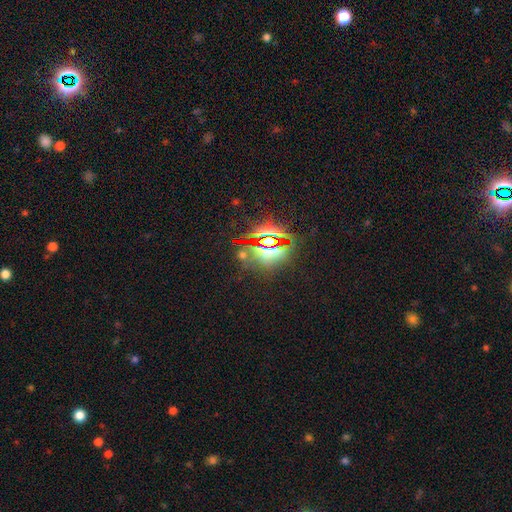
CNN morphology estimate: type=star or artifact (79%).